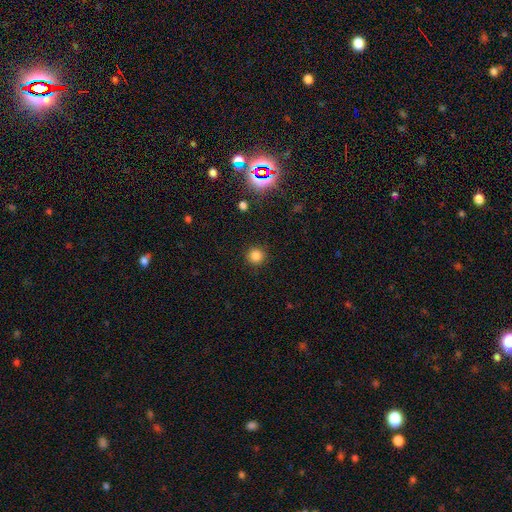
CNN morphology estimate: This is clearly a smooth galaxy (83%). How rounded: clearly round (93%). Merging: clearly none (91%).